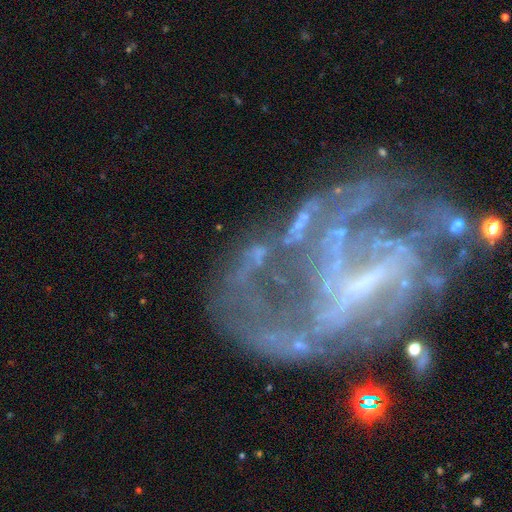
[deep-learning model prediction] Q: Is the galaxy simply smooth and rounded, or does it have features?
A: featured or disk — 58%.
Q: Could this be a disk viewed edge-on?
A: no — 90%.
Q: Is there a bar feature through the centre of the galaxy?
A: no — 54%.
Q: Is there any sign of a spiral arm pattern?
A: yes — 66%.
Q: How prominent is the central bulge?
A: small — 40%.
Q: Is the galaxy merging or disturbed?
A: none — 51%.